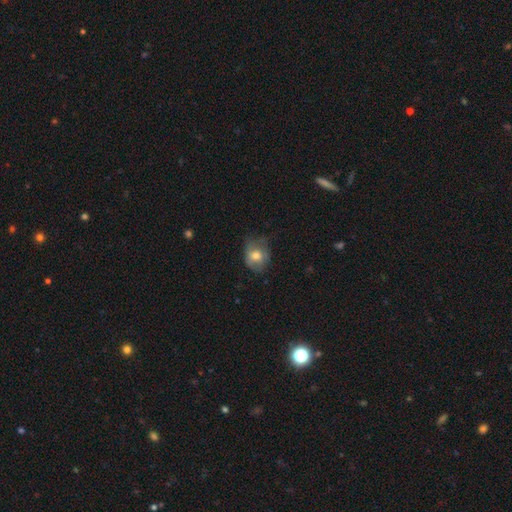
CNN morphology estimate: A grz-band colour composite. It shows a smooth galaxy with no disk features (68%) that is round (55%). Merging: none (55%).